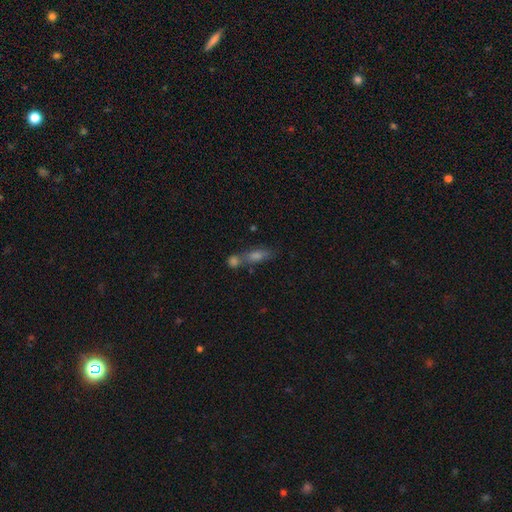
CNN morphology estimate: Overall: smooth (57%; featured or disk 22%). How rounded: in between (54%; cigar-shaped 36%). Merging: none (42%, tied with merger).